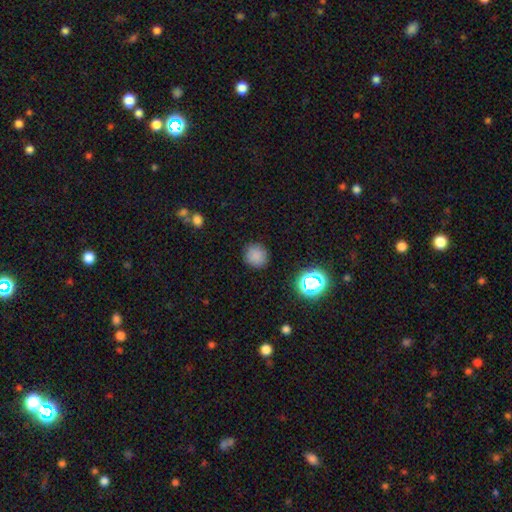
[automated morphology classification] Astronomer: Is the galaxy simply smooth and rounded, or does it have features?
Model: smooth — 80%.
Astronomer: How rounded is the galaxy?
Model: round — 90%.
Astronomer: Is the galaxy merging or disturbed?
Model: none — 87%.